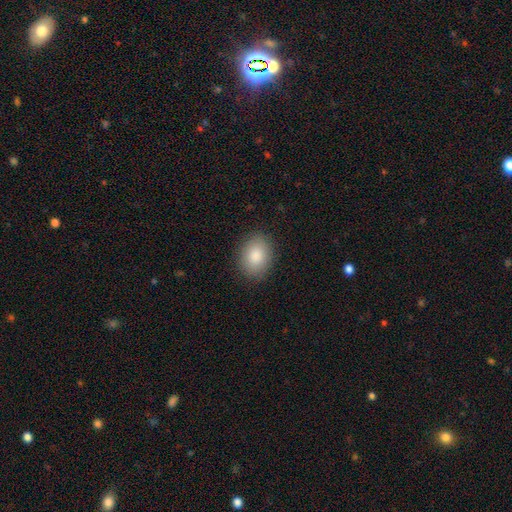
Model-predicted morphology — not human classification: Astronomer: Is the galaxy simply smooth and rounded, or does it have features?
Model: smooth — 87%.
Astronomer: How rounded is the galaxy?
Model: in between — 74%.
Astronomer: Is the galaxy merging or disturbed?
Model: none — 87%.